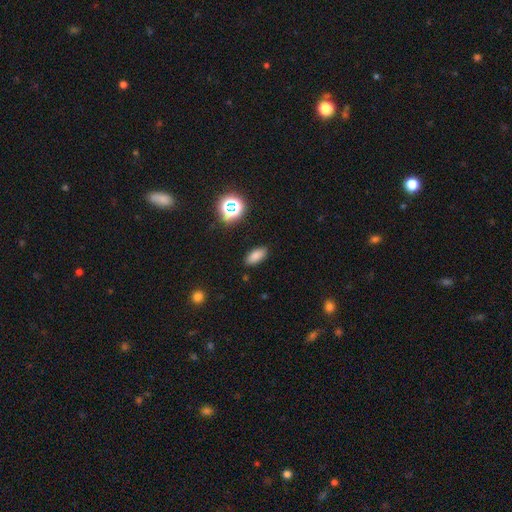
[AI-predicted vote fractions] Q: Smooth or featured?
A: smooth (80%); runner-up: star or artifact (14%)
Q: How rounded?
A: in between (86%); runner-up: cigar-shaped (9%)
Q: Merging?
A: none (88%); runner-up: minor disturbance (9%)